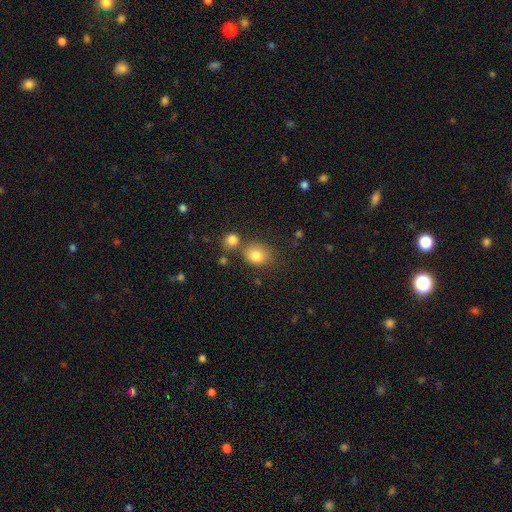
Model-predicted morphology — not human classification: smooth 82%, star or artifact 11%, featured or disk 7%. Down the decision tree: how rounded — round (63%); merging — none (63%).